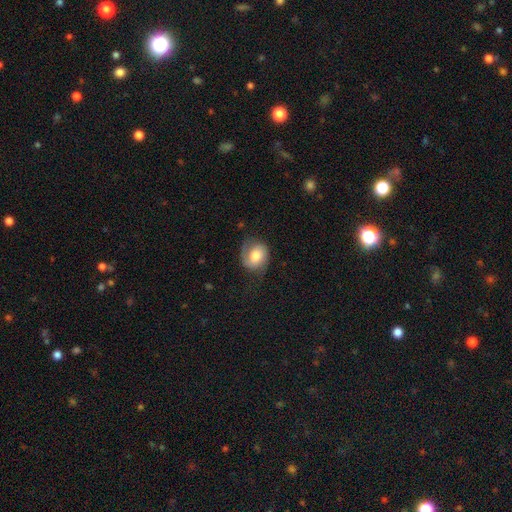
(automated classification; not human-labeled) A smooth galaxy with no disk features (46%, tied with featured or disk).

Vote fractions:
- Smooth or featured? smooth: 46% (tied) / featured or disk: 46% (tied) / star or artifact: 8%
- Merging? none: 58% / minor disturbance: 25% / major disturbance: 15% / merger: 1%